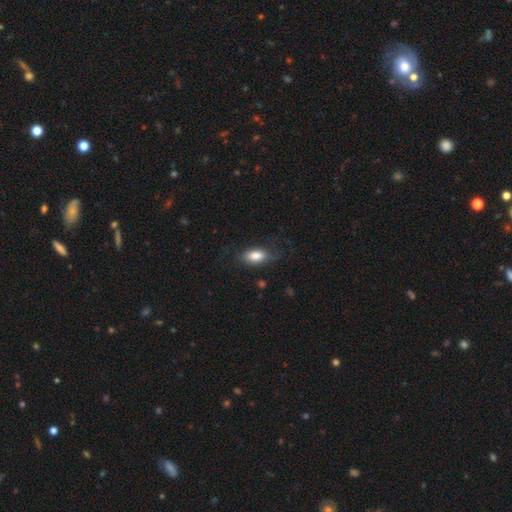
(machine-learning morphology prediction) type=smooth (80%); roundness=in between (88%); merging=none (67%).